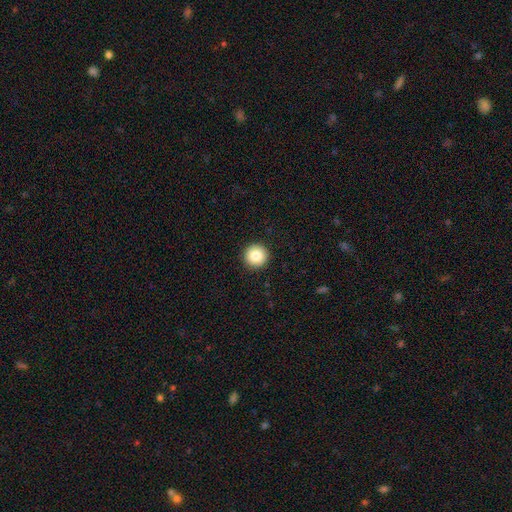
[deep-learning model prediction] Morphology: type=smooth (85%); roundness=round (97%); merging=none (93%).